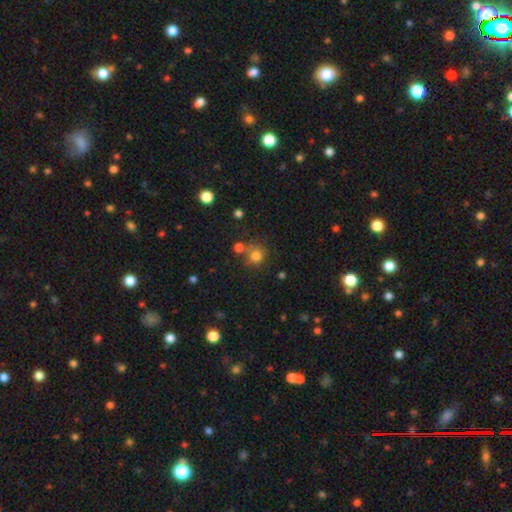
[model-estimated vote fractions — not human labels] A smooth galaxy with no disk features (79%) that is round (84%).

Vote fractions:
- Smooth or featured? smooth: 79% / star or artifact: 13% / featured or disk: 8%
- How rounded? round: 84% / in between: 15% / cigar-shaped: 1%
- Merging? none: 58% / merger: 23% / minor disturbance: 13% / major disturbance: 6%